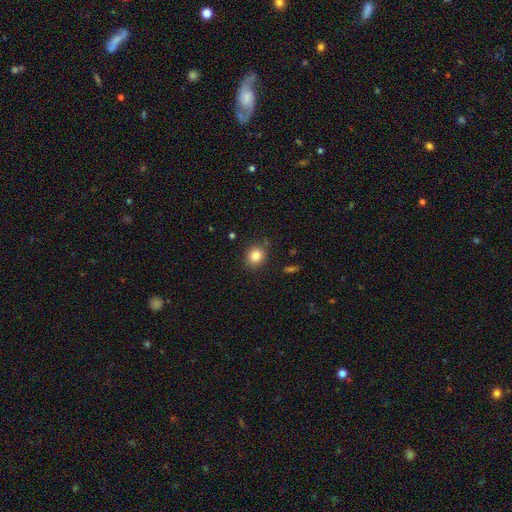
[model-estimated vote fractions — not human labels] Smooth or featured?
  - smooth: 83% *
  - star or artifact: 10%
  - featured or disk: 6%
How rounded?
  - round: 80% *
  - in between: 19%
  - cigar-shaped: 1%
Merging?
  - none: 85% *
  - minor disturbance: 10%
  - major disturbance: 3%
  - merger: 2%